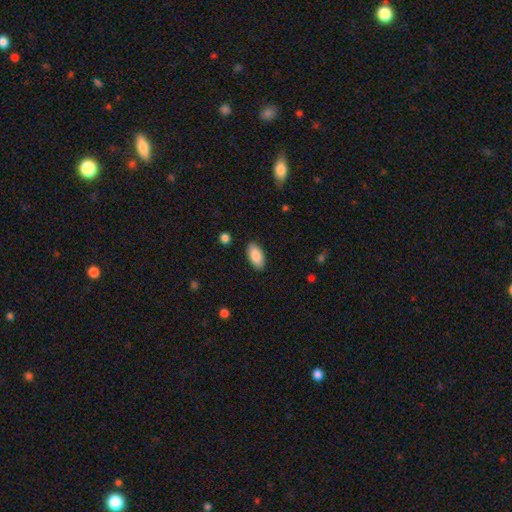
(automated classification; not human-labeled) A smooth galaxy with no disk features (88%) that is in between round and cigar-shaped (94%).

Vote fractions:
- Smooth or featured? smooth: 88% / star or artifact: 6% / featured or disk: 6%
- How rounded? in between: 94% / cigar-shaped: 4% / round: 2%
- Merging? none: 88% / minor disturbance: 9% / major disturbance: 2% / merger: 1%